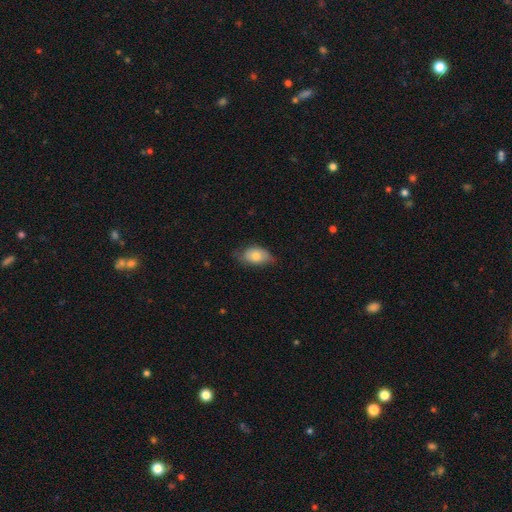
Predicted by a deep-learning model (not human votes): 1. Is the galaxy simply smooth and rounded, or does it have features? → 69% smooth, 24% featured or disk, 7% star or artifact.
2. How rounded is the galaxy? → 89% in between, 9% round, 2% cigar-shaped.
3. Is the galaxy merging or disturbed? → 56% none, 33% minor disturbance, 9% major disturbance, 1% merger.